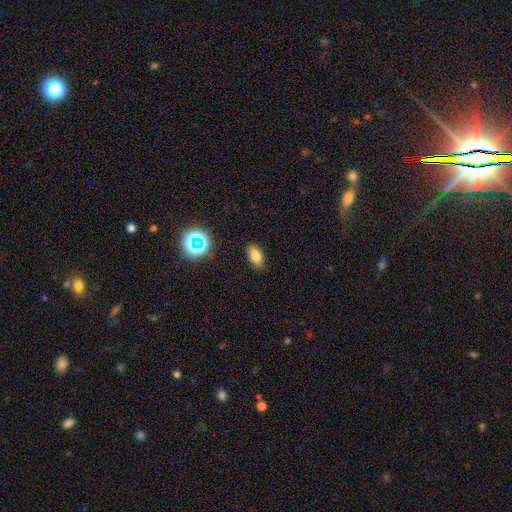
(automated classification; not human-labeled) smooth 77%, star or artifact 14%, featured or disk 9%. Down the decision tree: how rounded — in between (89%); merging — none (87%).